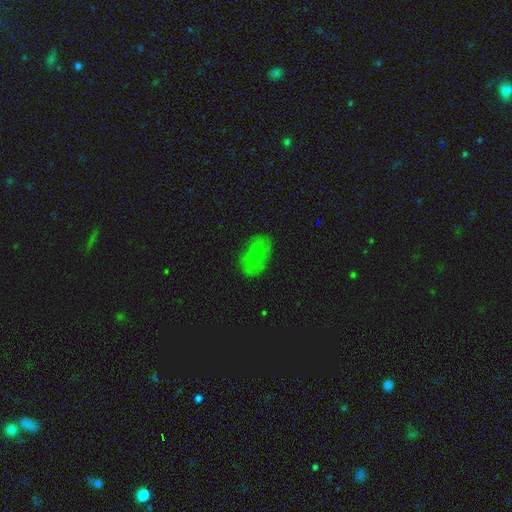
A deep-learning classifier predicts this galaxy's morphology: type=smooth (59%); roundness=in between (89%); merging=none (75%).